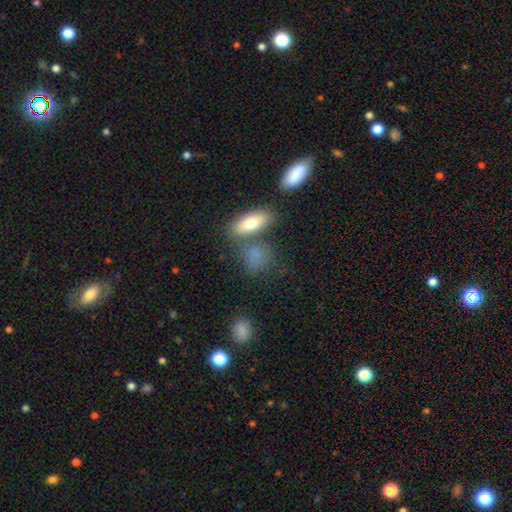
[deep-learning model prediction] A smooth galaxy with no disk features (78%) that is in between round and cigar-shaped (56%).

Vote fractions:
- Smooth or featured? smooth: 78% / star or artifact: 11% / featured or disk: 11%
- How rounded? in between: 56% / round: 37% / cigar-shaped: 7%
- Merging? none: 56% / merger: 21% / minor disturbance: 16% / major disturbance: 8%